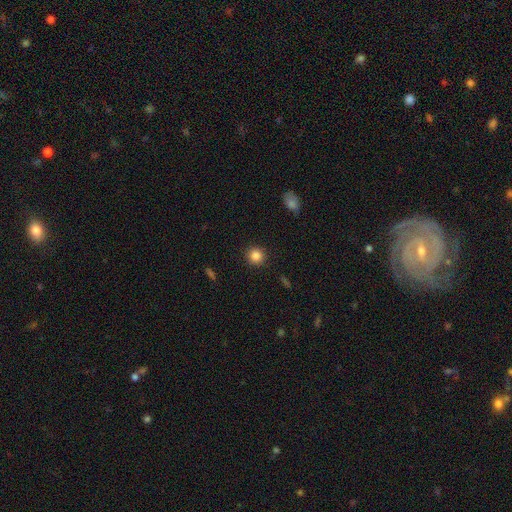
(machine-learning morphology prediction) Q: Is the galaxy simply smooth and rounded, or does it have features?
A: smooth — 85%.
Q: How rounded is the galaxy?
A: round — 93%.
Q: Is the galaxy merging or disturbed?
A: none — 91%.